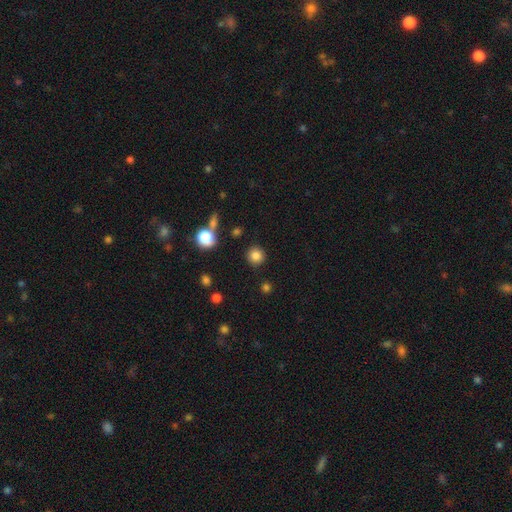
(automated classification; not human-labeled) A smooth galaxy with no disk features (83%) that is round (92%).

Vote fractions:
- Smooth or featured? smooth: 83% / star or artifact: 11% / featured or disk: 5%
- How rounded? round: 92% / in between: 7% / cigar-shaped: 1%
- Merging? none: 89% / minor disturbance: 6% / merger: 3% / major disturbance: 2%